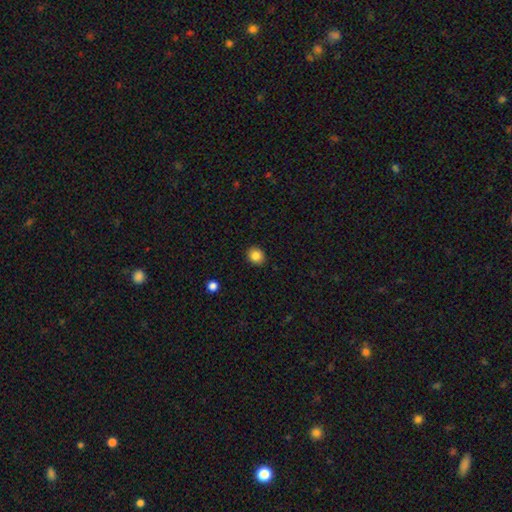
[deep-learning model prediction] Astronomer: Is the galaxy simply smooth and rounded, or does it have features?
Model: smooth — 85%.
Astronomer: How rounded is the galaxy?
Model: round — 70%.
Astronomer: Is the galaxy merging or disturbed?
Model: none — 90%.